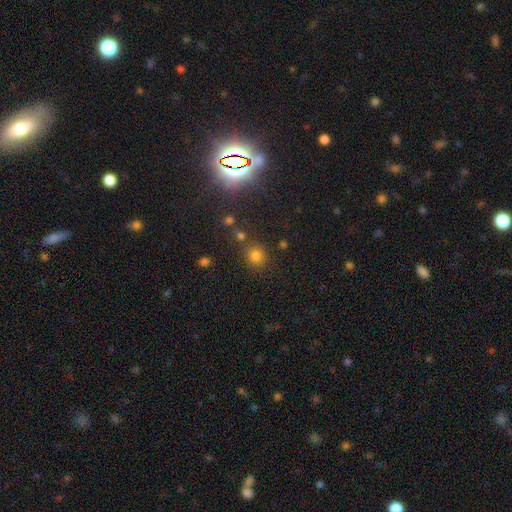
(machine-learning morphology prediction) Smooth or featured? Predicted: smooth (p=0.71). How rounded? Predicted: round (p=0.82). Merging? Predicted: none (p=0.75).